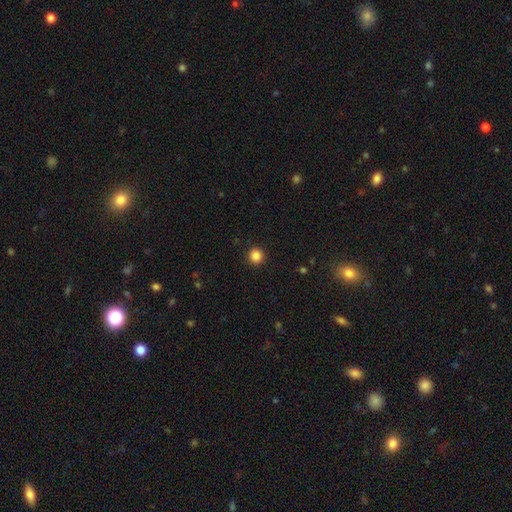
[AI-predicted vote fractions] Q: Smooth or featured?
A: smooth (85%); runner-up: star or artifact (12%)
Q: How rounded?
A: round (96%); runner-up: in between (3%)
Q: Merging?
A: none (93%); runner-up: minor disturbance (4%)